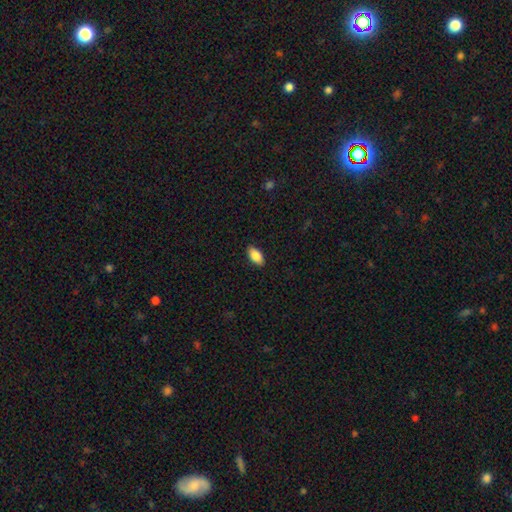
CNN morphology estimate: This appears to be a smooth galaxy with no disk features (87%) that is in between round and cigar-shaped (93%). Merging: none (88%).